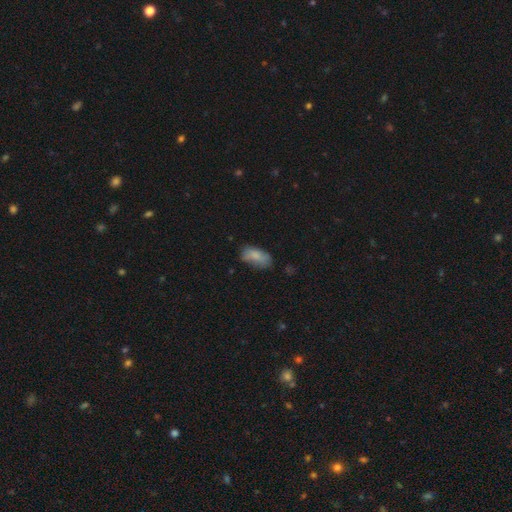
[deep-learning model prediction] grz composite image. It shows a smooth galaxy with no disk features (79%) that is in between round and cigar-shaped (91%). Merging: none (53%).